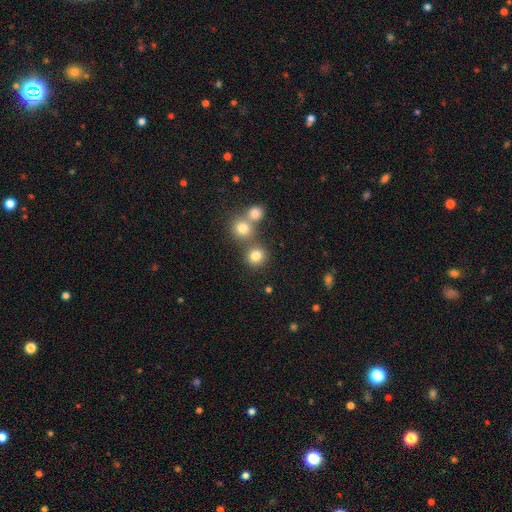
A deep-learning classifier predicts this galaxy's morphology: Smooth or featured? smooth (79%)
How rounded? round (89%)
Merging? none (67%)